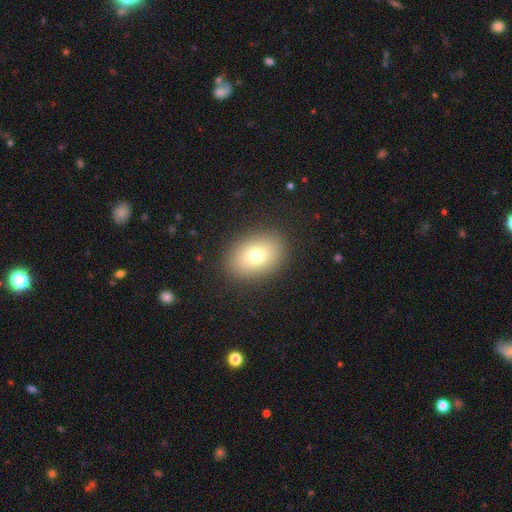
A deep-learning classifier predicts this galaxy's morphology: Smooth or featured: smooth — 76% (featured or disk — 14%)
How rounded: in between — 76% (round — 22%)
Merging: none — 89% (minor disturbance — 8%)